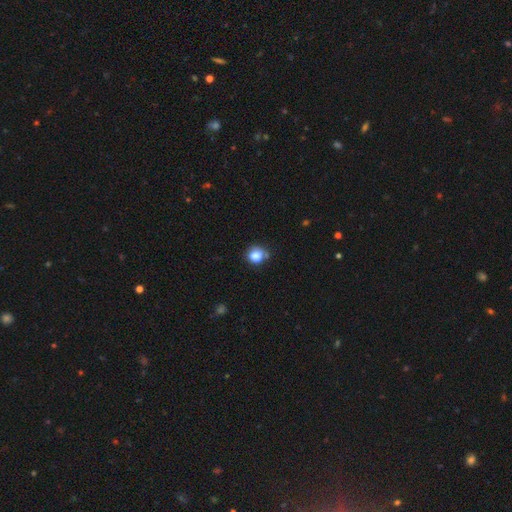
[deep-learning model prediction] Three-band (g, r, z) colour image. It shows a smooth galaxy with no disk features (83%) that is round (82%). Merging: none (65%).